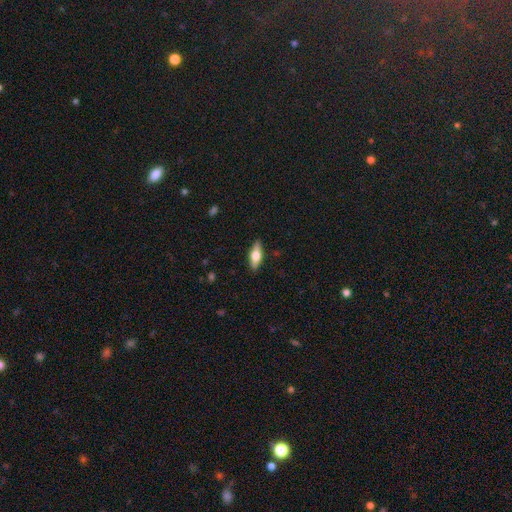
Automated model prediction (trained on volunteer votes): A smooth galaxy with no disk features (49%). Merging: none (88%).